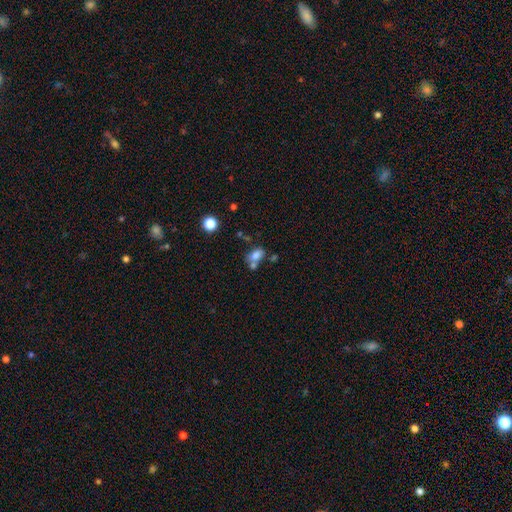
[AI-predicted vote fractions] Q: Smooth or featured?
A: smooth (75%); runner-up: featured or disk (13%)
Q: How rounded?
A: in between (83%); runner-up: round (14%)
Q: Merging?
A: none (42%); runner-up: merger (38%)